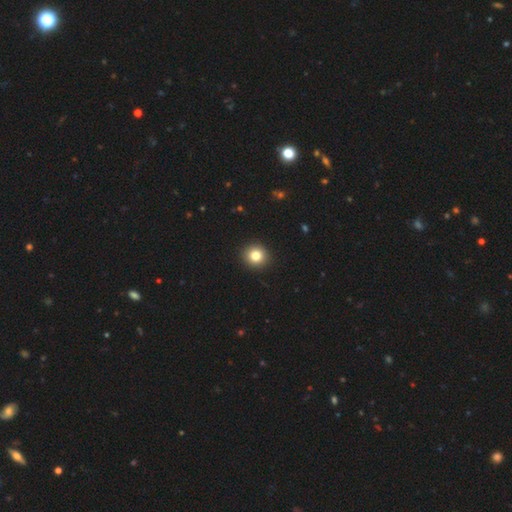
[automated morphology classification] smooth 82%, star or artifact 11%, featured or disk 7%. Down the decision tree: how rounded — round (90%); merging — none (93%).